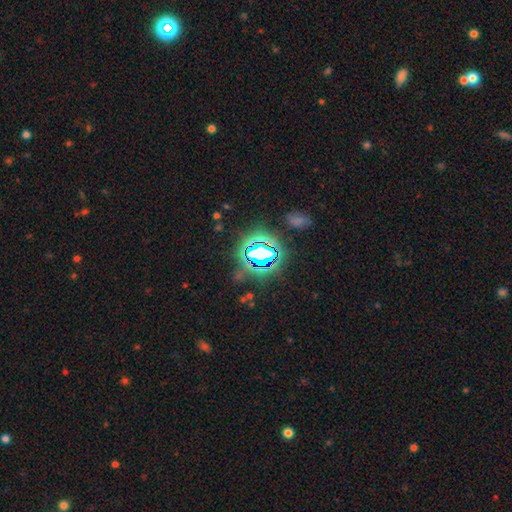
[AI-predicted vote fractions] This is clearly a star or artifact rather than a galaxy (83%).